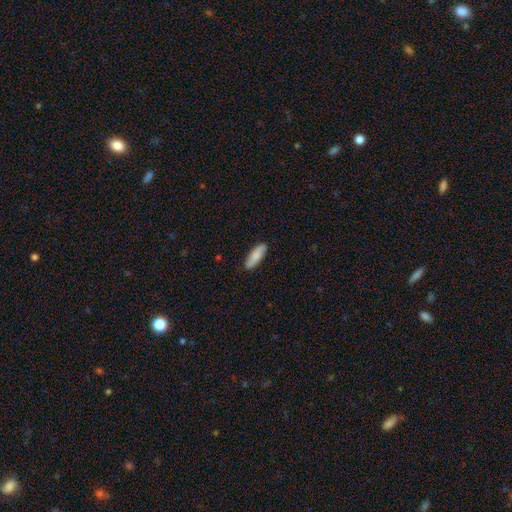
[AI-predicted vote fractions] This appears to be a smooth galaxy with no disk features (79%) that is in between round and cigar-shaped (57%). Merging: none (86%).